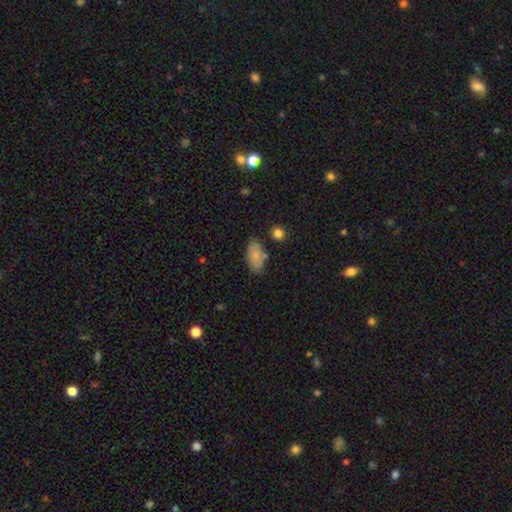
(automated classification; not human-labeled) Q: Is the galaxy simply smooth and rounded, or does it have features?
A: smooth — 80%.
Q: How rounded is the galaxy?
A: in between — 93%.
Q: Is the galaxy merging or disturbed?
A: none — 70%.